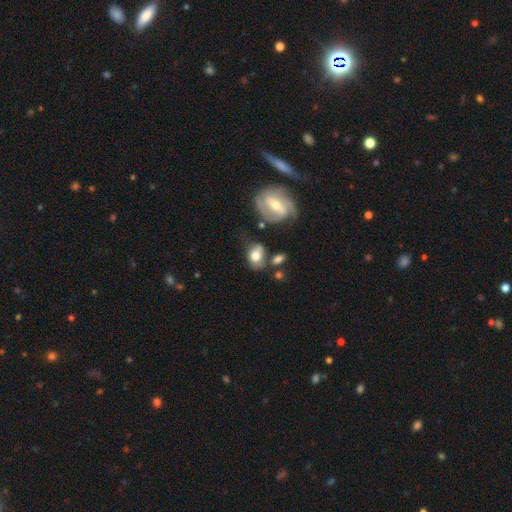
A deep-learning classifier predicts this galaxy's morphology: Smooth or featured? smooth (62%)
How rounded? in between (66%)
Merging? none (46%)